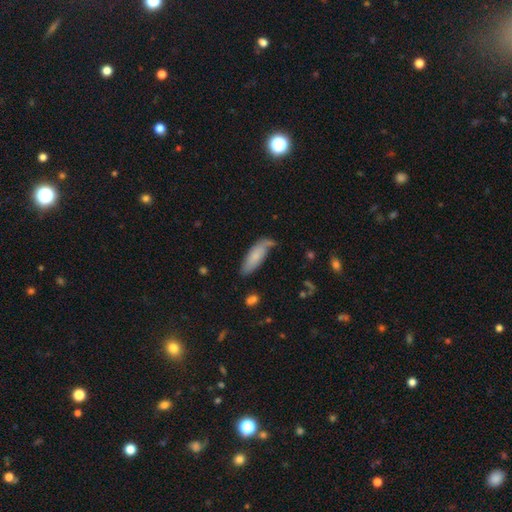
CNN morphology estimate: Q: Smooth or featured?
A: smooth (75%); runner-up: featured or disk (19%)
Q: How rounded?
A: in between (59%); runner-up: cigar-shaped (39%)
Q: Merging?
A: none (56%); runner-up: minor disturbance (29%)